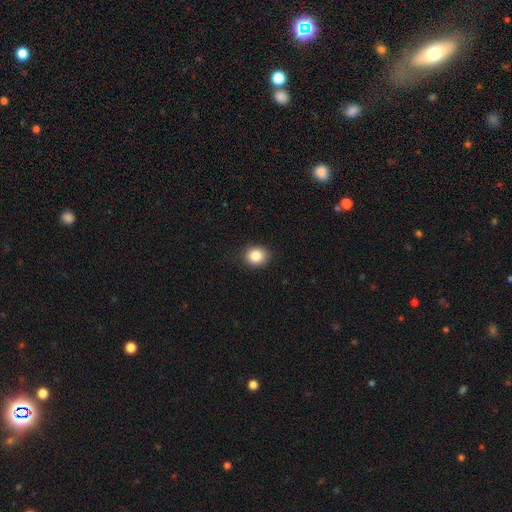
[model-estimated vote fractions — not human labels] Smooth or featured?
  - smooth: 86% *
  - star or artifact: 9%
  - featured or disk: 5%
How rounded?
  - round: 63% *
  - in between: 36%
  - cigar-shaped: 1%
Merging?
  - none: 87% *
  - minor disturbance: 10%
  - major disturbance: 2%
  - merger: 1%